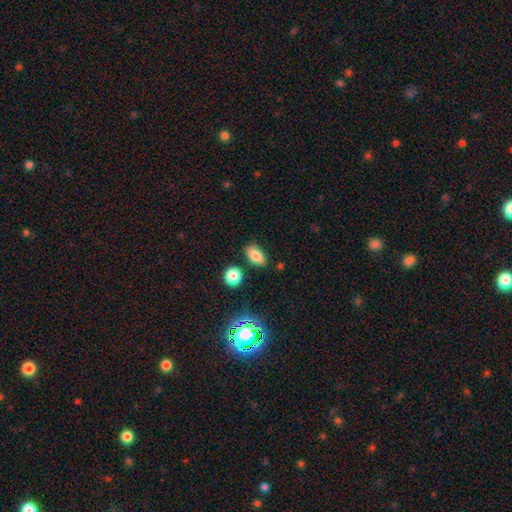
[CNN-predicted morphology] smooth 79%, star or artifact 12%, featured or disk 9%. Down the decision tree: how rounded — in between (86%); merging — none (80%).